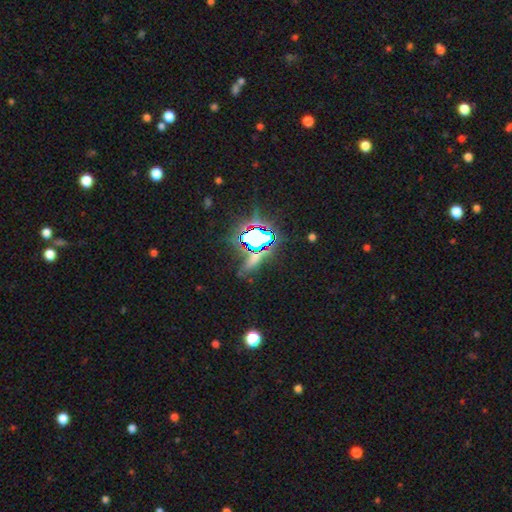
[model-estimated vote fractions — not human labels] This appears to be a star or artifact, not a galaxy (64%).